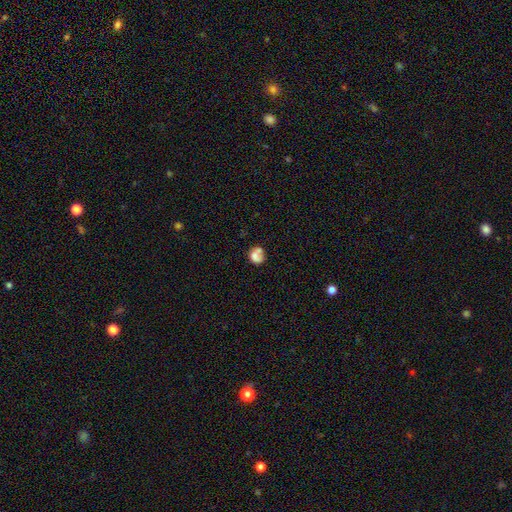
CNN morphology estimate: Smooth or featured? smooth (67%)
How rounded? round (61%)
Merging? none (35%)